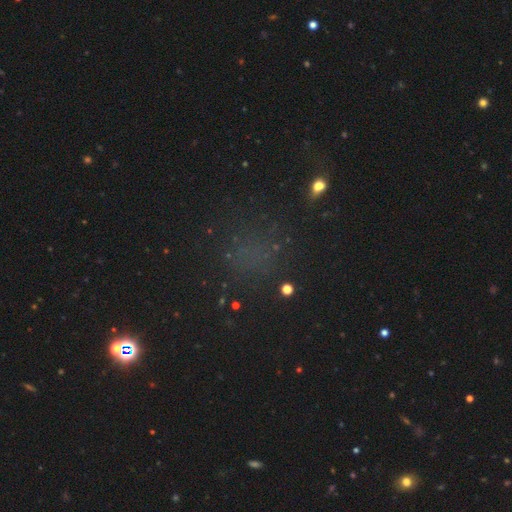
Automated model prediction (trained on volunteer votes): Q: Smooth or featured?
A: star or artifact (52%); runner-up: smooth (38%)